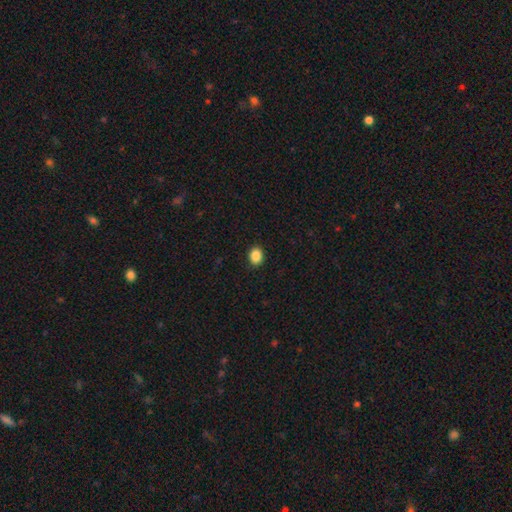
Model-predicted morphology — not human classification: Q: Smooth or featured?
A: smooth (88%); runner-up: star or artifact (9%)
Q: How rounded?
A: round (50%); runner-up: in between (49%)
Q: Merging?
A: none (90%); runner-up: minor disturbance (7%)